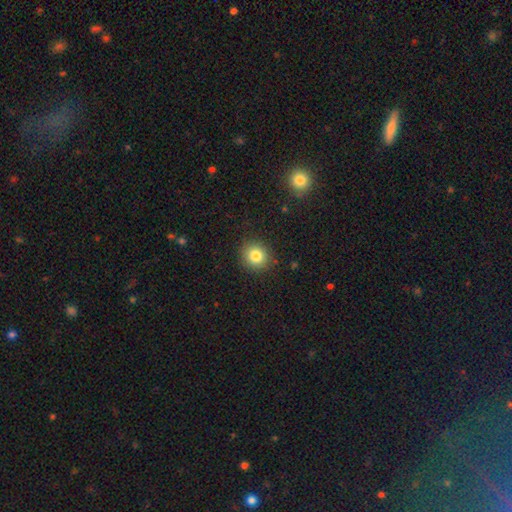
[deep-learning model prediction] Morphology: type=smooth (83%); roundness=round (83%); merging=none (89%).